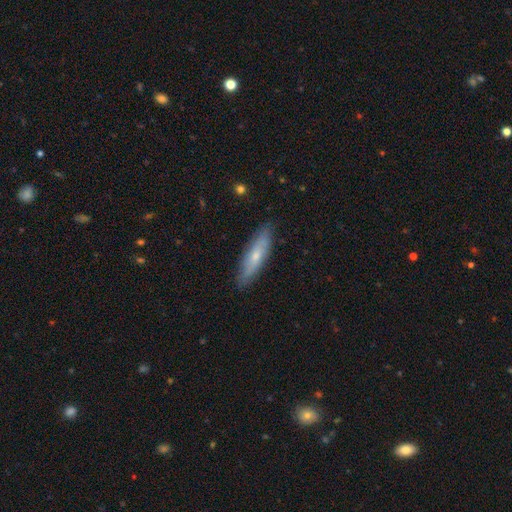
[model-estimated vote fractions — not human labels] A smooth galaxy with no disk features (55%) that is cigar-shaped (70%).

Vote fractions:
- Smooth or featured? smooth: 55% / featured or disk: 39% / star or artifact: 6%
- How rounded? cigar-shaped: 70% / in between: 28% / round: 2%
- Merging? none: 85% / minor disturbance: 12% / major disturbance: 2% / merger: 1%